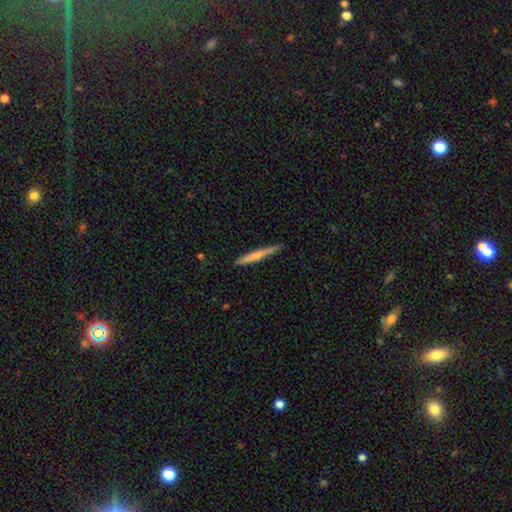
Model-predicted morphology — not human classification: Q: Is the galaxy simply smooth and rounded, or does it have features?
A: smooth — 62%.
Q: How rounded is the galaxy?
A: cigar-shaped — 96%.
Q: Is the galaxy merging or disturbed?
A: none — 85%.